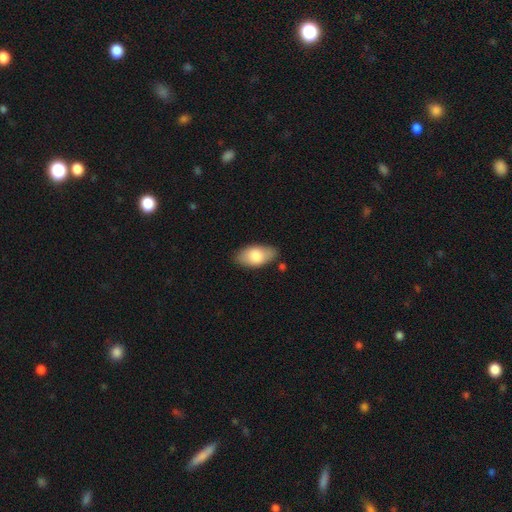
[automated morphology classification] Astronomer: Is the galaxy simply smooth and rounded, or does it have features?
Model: smooth — 79%.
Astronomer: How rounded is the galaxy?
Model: in between — 94%.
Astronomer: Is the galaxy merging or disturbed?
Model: none — 79%.